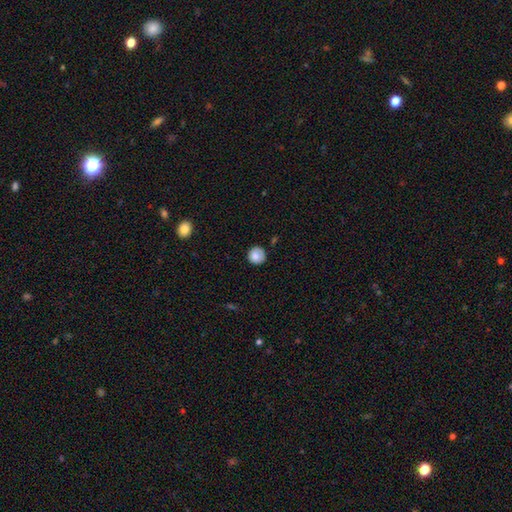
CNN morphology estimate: A smooth galaxy with no disk features (82%) that is round (91%). Merging: none (78%).